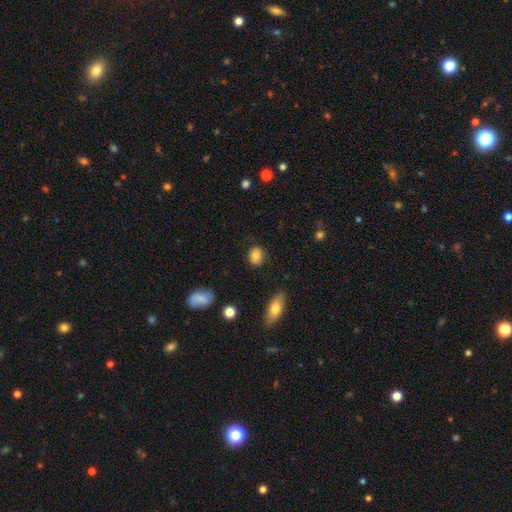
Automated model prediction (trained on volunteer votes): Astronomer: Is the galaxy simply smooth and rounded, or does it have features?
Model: smooth — 84%.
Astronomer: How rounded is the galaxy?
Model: round — 53% (runner-up: in between, 45%).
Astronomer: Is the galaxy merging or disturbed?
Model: none — 84%.